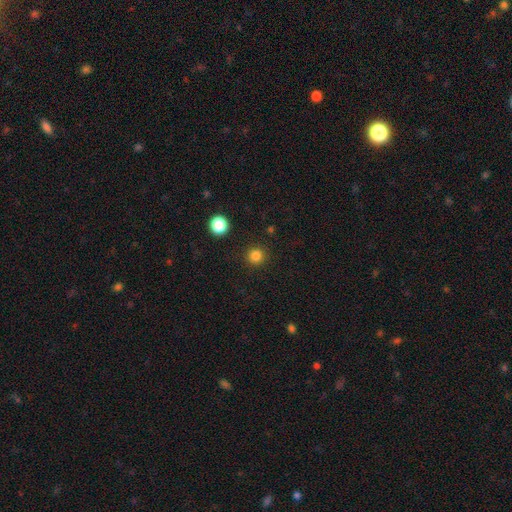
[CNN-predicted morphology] smooth-or-featured: smooth: 82% | star or artifact: 14% | featured or disk: 4%
  how-rounded: round: 95% | in between: 4% | cigar-shaped: 1%
  merging: none: 91% | minor disturbance: 5% | major disturbance: 2% | merger: 2%